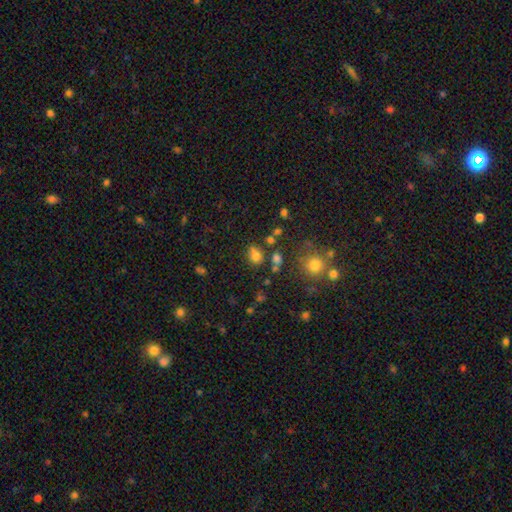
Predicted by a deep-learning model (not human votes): smooth_or_featured: smooth (p=0.76) [alt: star or artifact p=0.16]
how_rounded: in between (p=0.54) [alt: round p=0.45]
merging: none (p=0.66) [alt: minor disturbance p=0.16]